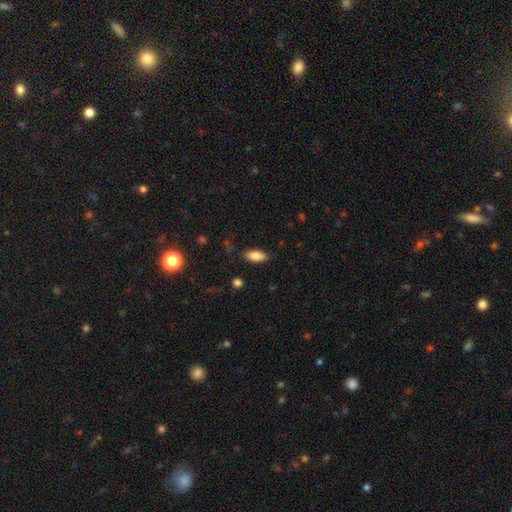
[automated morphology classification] A smooth galaxy with no disk features (82%) that is in between round and cigar-shaped (84%).

Vote fractions:
- Smooth or featured? smooth: 82% / featured or disk: 10% / star or artifact: 8%
- How rounded? in between: 84% / cigar-shaped: 13% / round: 2%
- Merging? none: 83% / minor disturbance: 13% / major disturbance: 3% / merger: 1%